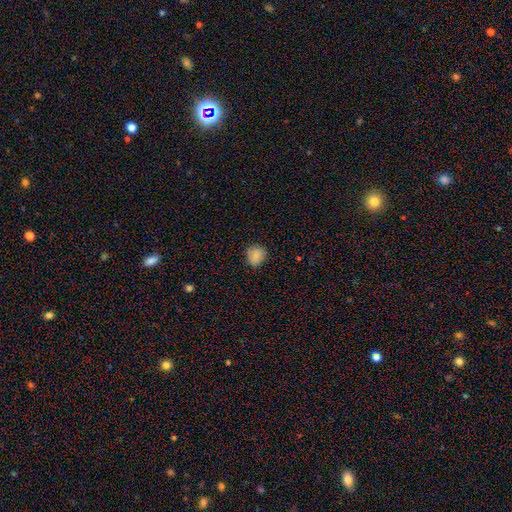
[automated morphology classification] Overall: smooth (84%). How rounded: round (77%). Merging: none (82%).